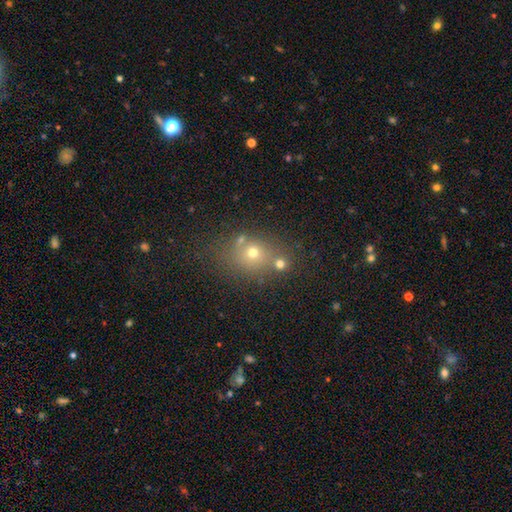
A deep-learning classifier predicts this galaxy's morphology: type=smooth (57%); roundness=round (63%); merging=none (66%).